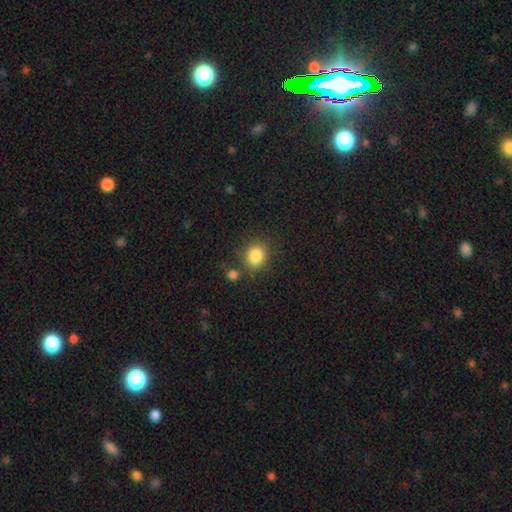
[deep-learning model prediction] This appears to be a smooth galaxy with no disk features (85%) that is round (71%). Merging: none (78%).